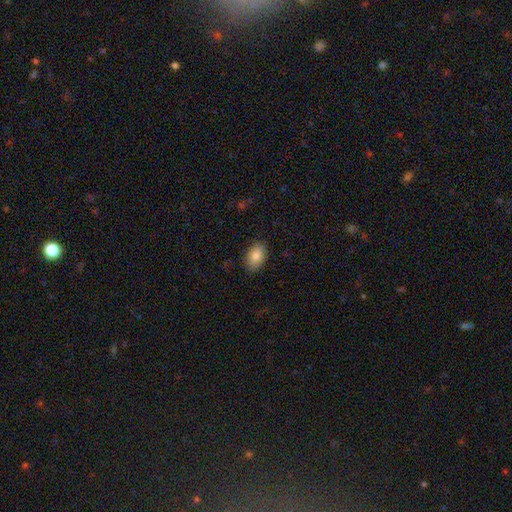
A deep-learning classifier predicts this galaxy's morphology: Smooth or featured? Predicted: smooth (p=0.87). How rounded? Predicted: in between (p=0.90). Merging? Predicted: none (p=0.85).